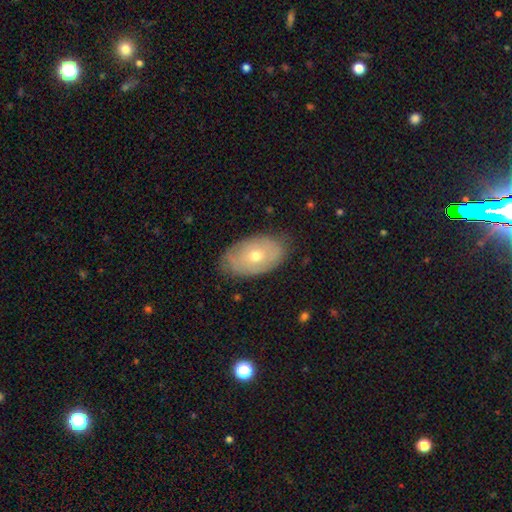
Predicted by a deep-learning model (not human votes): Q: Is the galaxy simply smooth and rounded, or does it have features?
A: smooth — 50%.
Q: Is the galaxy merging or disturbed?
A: none — 77%.